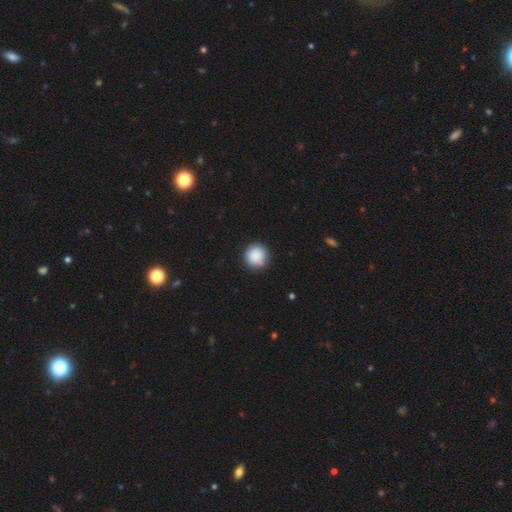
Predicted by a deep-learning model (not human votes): This appears to be a smooth galaxy with no disk features (89%) that is round (93%). Merging: none (86%).